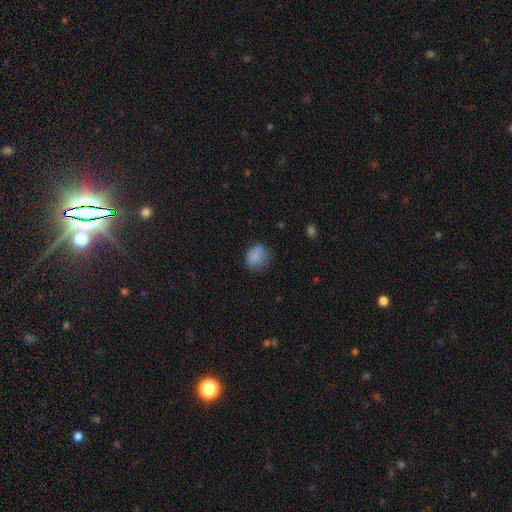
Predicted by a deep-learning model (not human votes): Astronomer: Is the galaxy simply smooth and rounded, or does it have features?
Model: smooth — 82%.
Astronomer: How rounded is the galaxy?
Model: round — 60% (runner-up: in between, 39%).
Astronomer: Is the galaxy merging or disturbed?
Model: none — 62%.